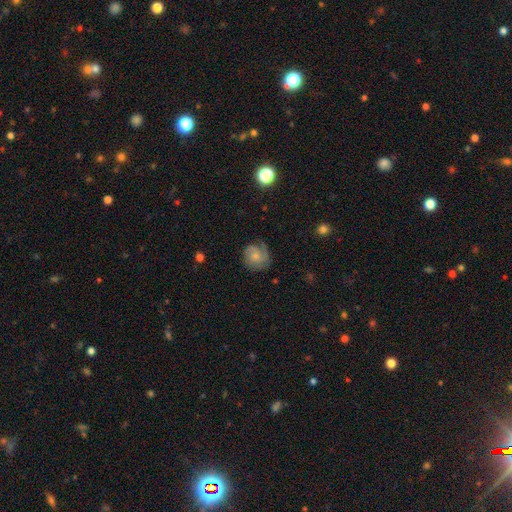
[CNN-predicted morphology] Smooth or featured? Predicted: featured or disk (p=0.65). Edge-on disk? Predicted: no (p=0.98). Bar? Predicted: no (p=0.74). Spiral arms? Predicted: yes (p=0.93). Spiral winding? Predicted: tight (p=0.53). Spiral arm count? Predicted: 2 (p=0.32). Bulge size? Predicted: small (p=0.54). Merging? Predicted: none (p=0.71).